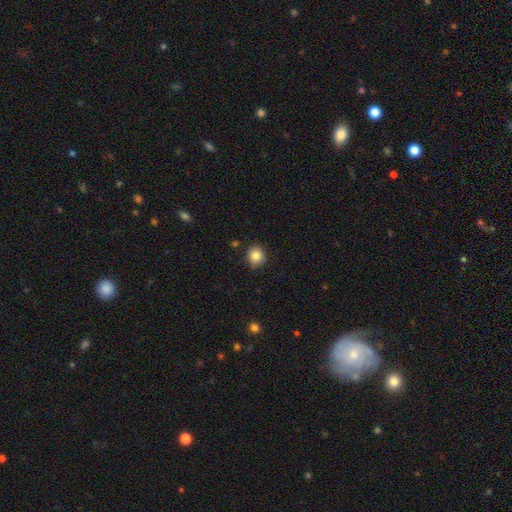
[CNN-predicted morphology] Smooth or featured?
  - smooth: 84% *
  - star or artifact: 10%
  - featured or disk: 6%
How rounded?
  - round: 82% *
  - in between: 18%
  - cigar-shaped: 1%
Merging?
  - none: 88% *
  - minor disturbance: 9%
  - major disturbance: 2%
  - merger: 2%